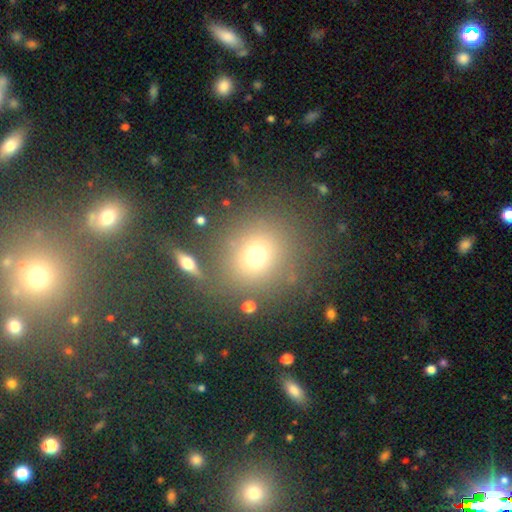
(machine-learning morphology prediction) A smooth galaxy with no disk features (69%) that is round (84%). Merging: none (78%).